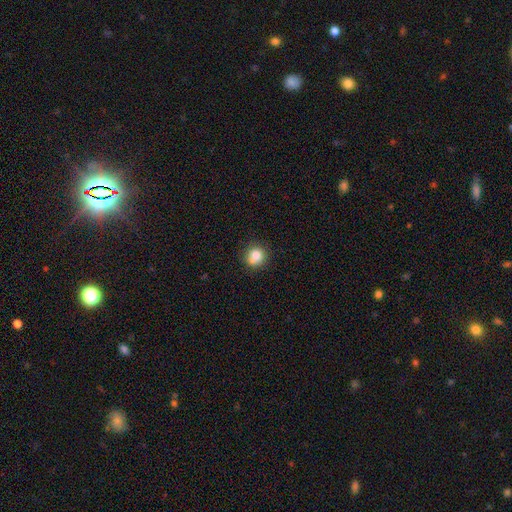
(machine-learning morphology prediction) Smooth or featured? smooth (80%)
How rounded? round (86%)
Merging? none (65%)